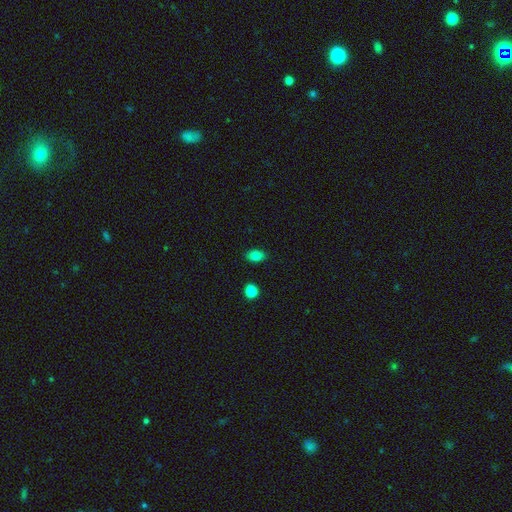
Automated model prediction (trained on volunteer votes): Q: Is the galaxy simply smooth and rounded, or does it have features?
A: smooth — 83%.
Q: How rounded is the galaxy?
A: in between — 83%.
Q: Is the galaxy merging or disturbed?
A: none — 87%.